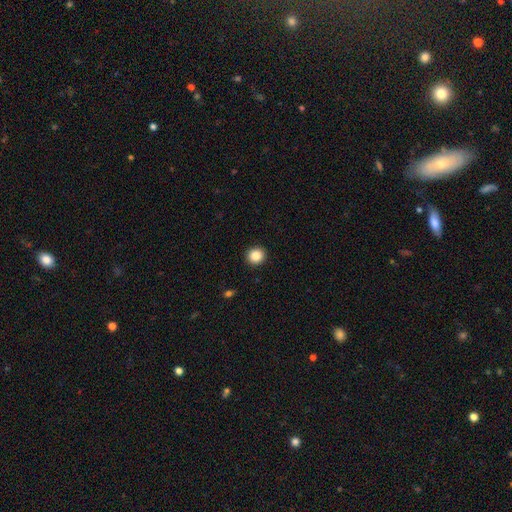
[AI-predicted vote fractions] Overall: smooth (87%). How rounded: round (91%). Merging: none (93%).